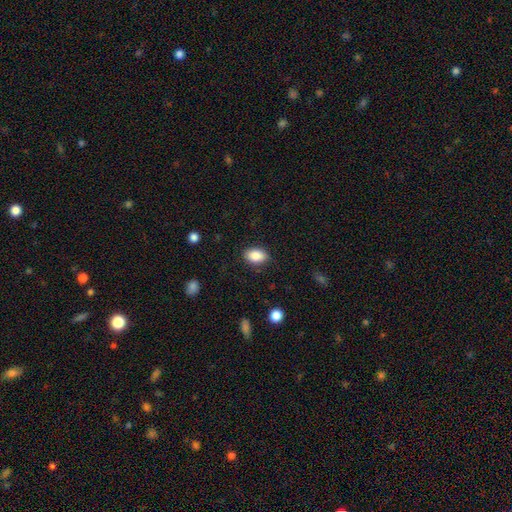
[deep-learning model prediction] Smooth or featured?
  - smooth: 87% *
  - star or artifact: 8%
  - featured or disk: 6%
How rounded?
  - in between: 87% *
  - round: 11%
  - cigar-shaped: 1%
Merging?
  - none: 85% *
  - minor disturbance: 11%
  - major disturbance: 3%
  - merger: 1%